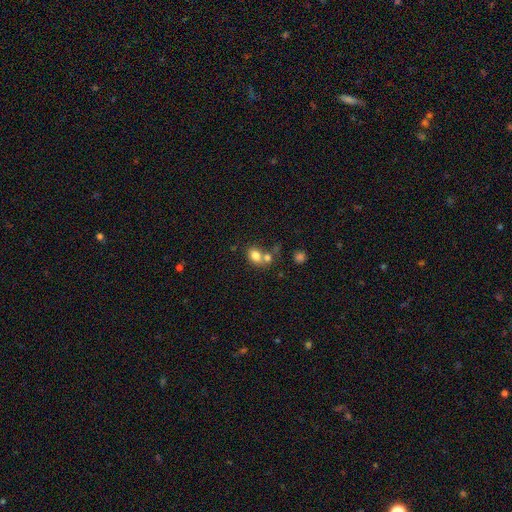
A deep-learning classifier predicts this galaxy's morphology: Overall: smooth (79%). How rounded: in between (56%; round 43%). Merging: merger (44%; none 42%).